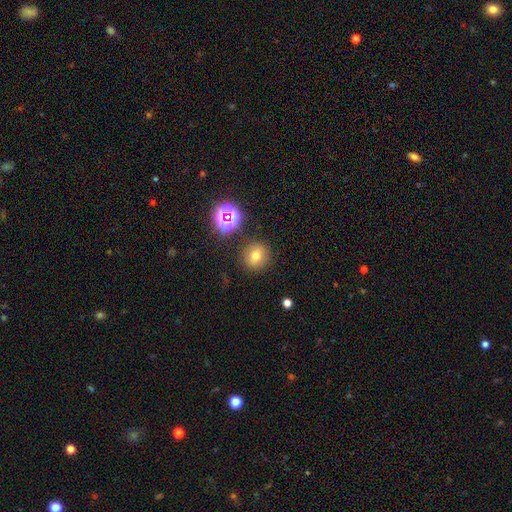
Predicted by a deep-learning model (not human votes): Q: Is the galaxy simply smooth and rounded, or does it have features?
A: smooth — 69%.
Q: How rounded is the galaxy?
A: round — 87%.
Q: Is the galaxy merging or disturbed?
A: none — 85%.